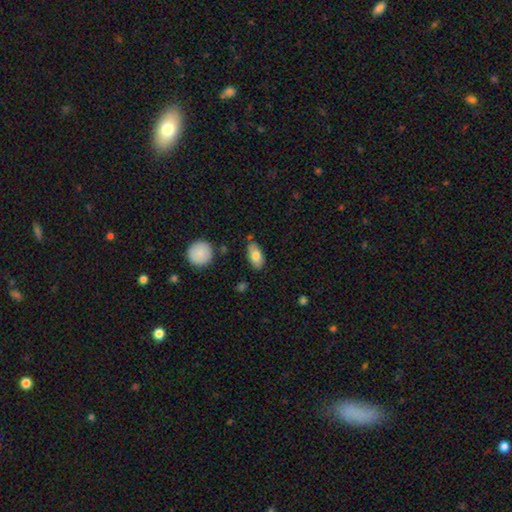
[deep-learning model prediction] smooth-or-featured: smooth: 78% | featured or disk: 15% | star or artifact: 7%
  how-rounded: in between: 90% | cigar-shaped: 6% | round: 4%
  merging: none: 78% | minor disturbance: 15% | merger: 4% | major disturbance: 3%